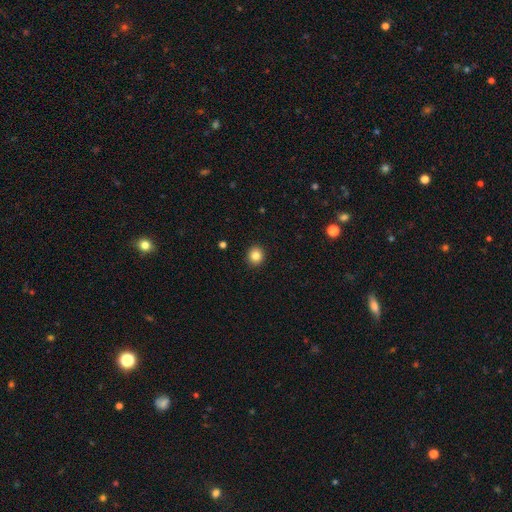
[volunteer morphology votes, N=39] Smooth or featured? smooth (90%)
How rounded? round (89%)
Merging? none (89%)